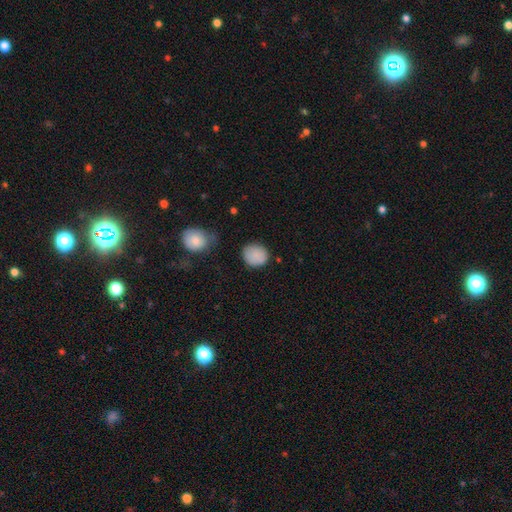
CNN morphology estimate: smooth_or_featured: smooth (p=0.86) [alt: star or artifact p=0.08]
how_rounded: round (p=0.83) [alt: in between p=0.16]
merging: none (p=0.78) [alt: minor disturbance p=0.16]